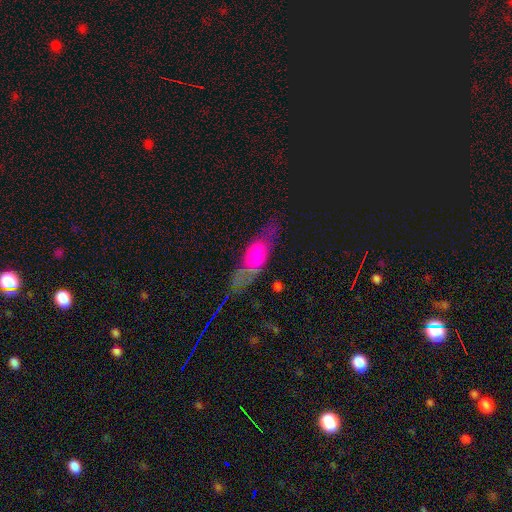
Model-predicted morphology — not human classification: A smooth galaxy with no disk features (52%) that is in between round and cigar-shaped (56%).

Vote fractions:
- Smooth or featured? smooth: 52% / featured or disk: 38% / star or artifact: 11%
- How rounded? in between: 56% / cigar-shaped: 35% / round: 9%
- Merging? none: 65% / minor disturbance: 19% / major disturbance: 12% / merger: 4%